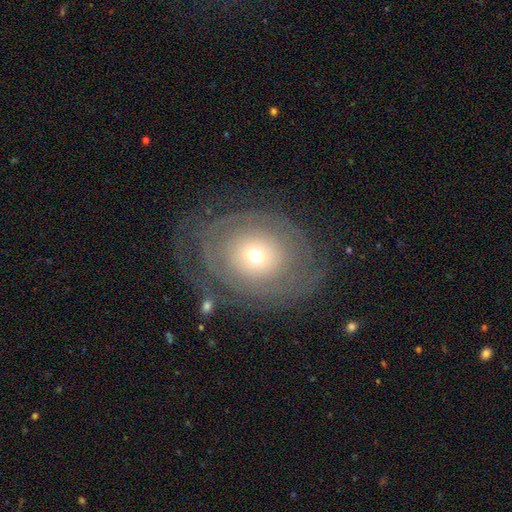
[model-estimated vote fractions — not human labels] A featured or disk galaxy (63%) with no bar (86%), spiral arms (64%) and a small central bulge (49%). Merging: none (63%).